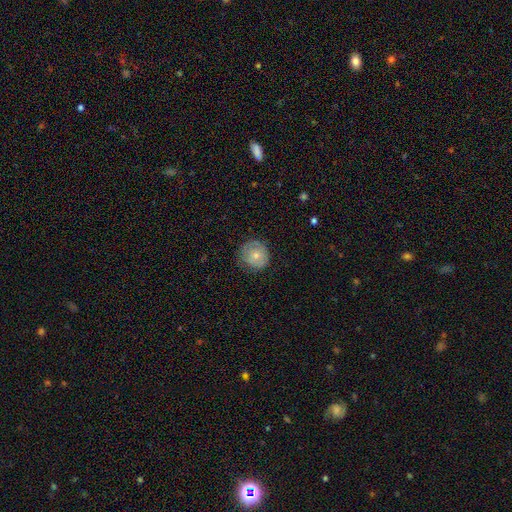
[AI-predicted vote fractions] Smooth or featured: smooth — 60% (featured or disk — 33%)
How rounded: round — 90% (in between — 9%)
Merging: none — 72% (minor disturbance — 21%)